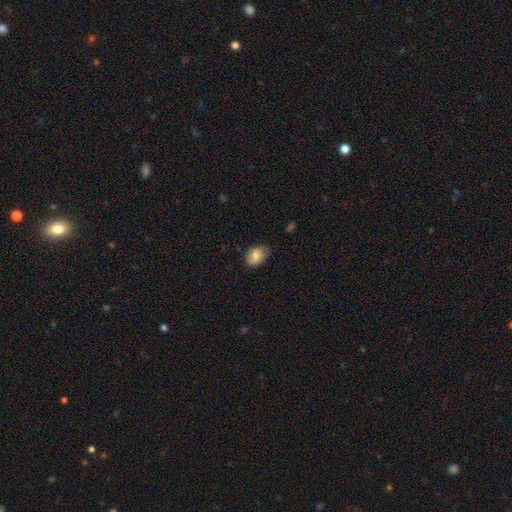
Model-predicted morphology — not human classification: A smooth galaxy with no disk features (76%) that is in between round and cigar-shaped (76%).

Vote fractions:
- Smooth or featured? smooth: 76% / featured or disk: 17% / star or artifact: 7%
- How rounded? in between: 76% / round: 23% / cigar-shaped: 1%
- Merging? none: 72% / minor disturbance: 23% / major disturbance: 4% / merger: 1%